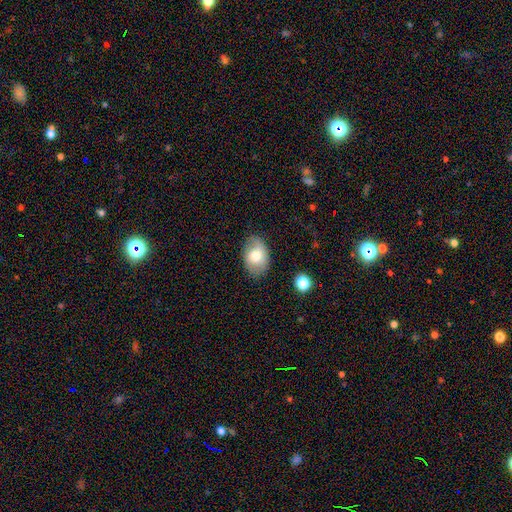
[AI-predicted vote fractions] This appears to be a smooth galaxy with no disk features (65%) that is in between round and cigar-shaped (82%). Merging: none (74%).